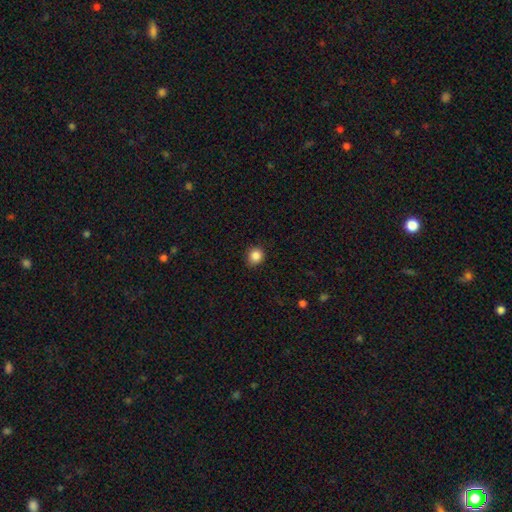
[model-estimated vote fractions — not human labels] Morphology: type=smooth (87%); roundness=round (82%); merging=none (88%).